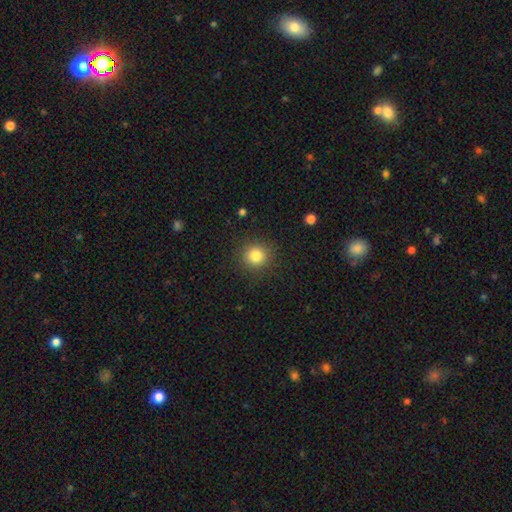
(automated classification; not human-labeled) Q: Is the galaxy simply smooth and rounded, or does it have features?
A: smooth — 83%.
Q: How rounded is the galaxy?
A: round — 93%.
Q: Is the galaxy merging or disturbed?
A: none — 89%.